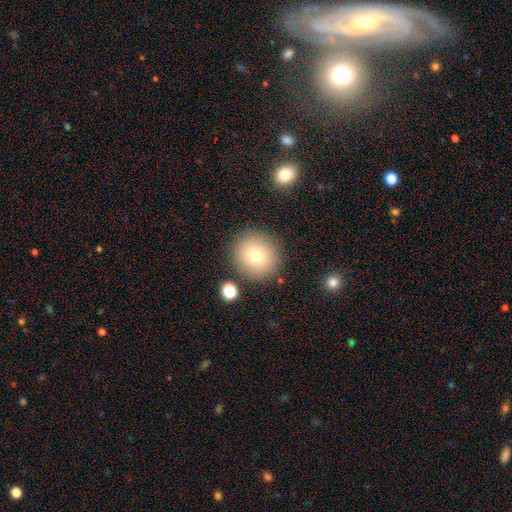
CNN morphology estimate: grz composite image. It shows a smooth galaxy with no disk features (75%) that is round (94%). Merging: none (87%).